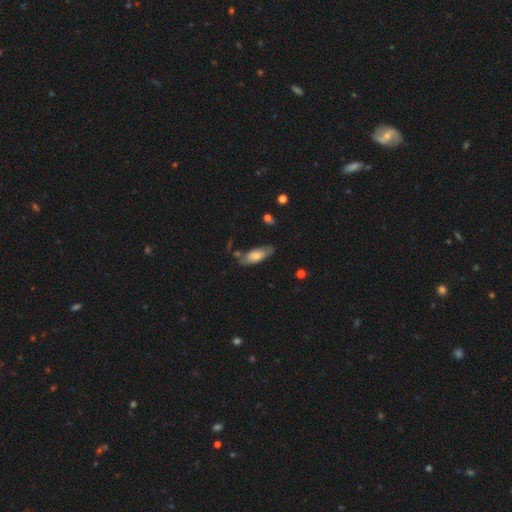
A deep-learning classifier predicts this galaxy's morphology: Overall: smooth (65%; featured or disk 28%). How rounded: in between (74%). Merging: none (63%; minor disturbance 24%).